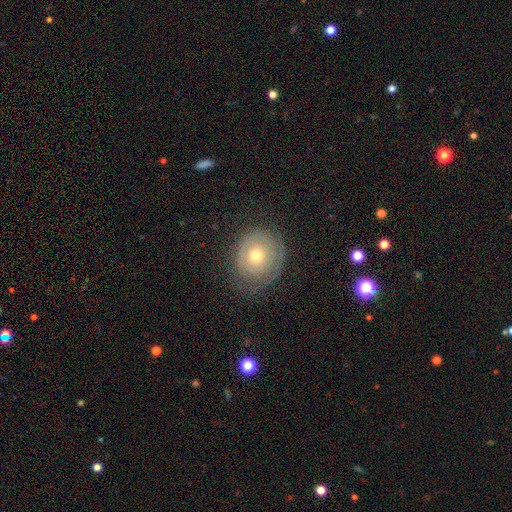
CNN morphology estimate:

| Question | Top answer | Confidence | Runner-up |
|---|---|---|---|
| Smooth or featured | featured or disk | 54% | smooth (38%) |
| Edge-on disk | no | 95% | yes (5%) |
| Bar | no | 87% | weak (11%) |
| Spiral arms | yes | 56% | no (44%) |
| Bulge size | moderate | 53% | small (42%) |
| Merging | none | 67% | minor disturbance (21%) |